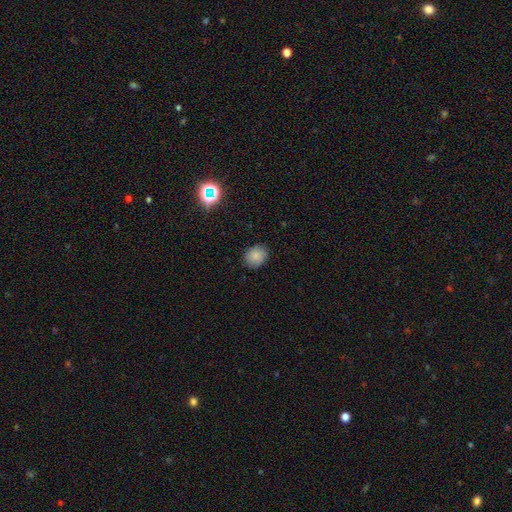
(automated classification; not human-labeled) A smooth galaxy with no disk features (82%) that is round (64%).

Vote fractions:
- Smooth or featured? smooth: 82% / star or artifact: 11% / featured or disk: 7%
- How rounded? round: 64% / in between: 36% / cigar-shaped: 1%
- Merging? none: 86% / minor disturbance: 11% / major disturbance: 2% / merger: 1%